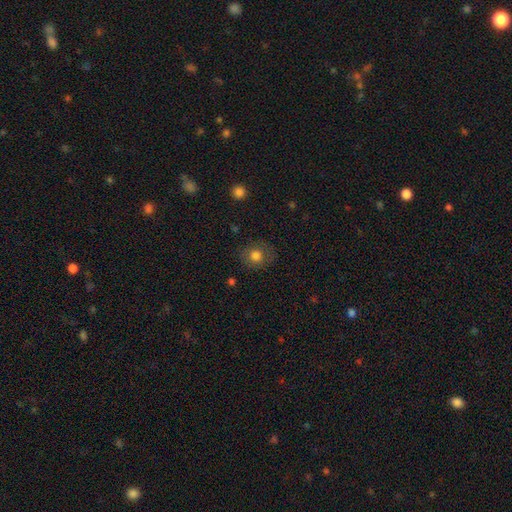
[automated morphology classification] A smooth galaxy with no disk features (76%) that is round (78%). Merging: none (81%).